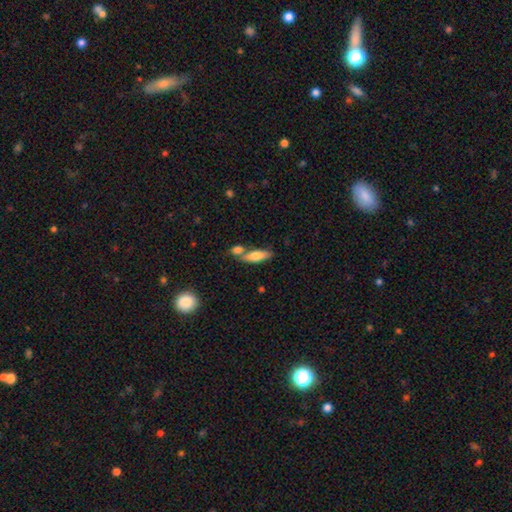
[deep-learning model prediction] Overall: smooth (71%). How rounded: in between (51%; cigar-shaped 47%). Merging: none (52%; merger 33%).